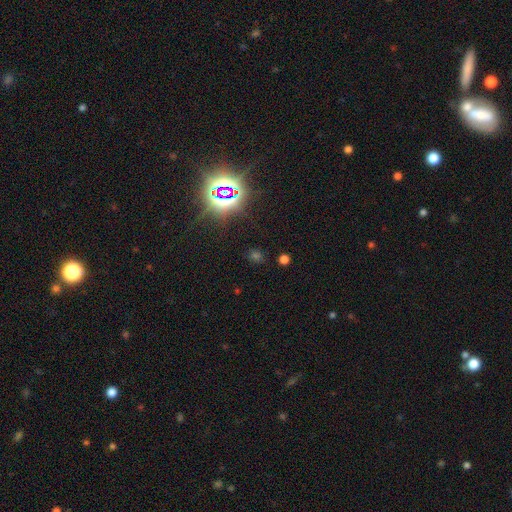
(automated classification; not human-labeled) Smooth or featured? Predicted: star or artifact (p=0.68).